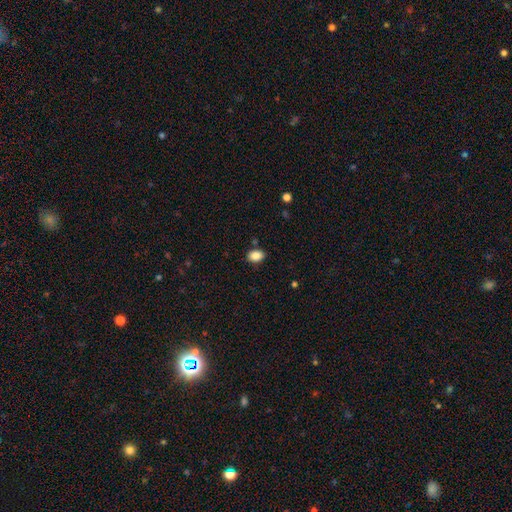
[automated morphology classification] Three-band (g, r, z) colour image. It shows a smooth galaxy with no disk features (87%) that is in between round and cigar-shaped (78%). Merging: none (84%).